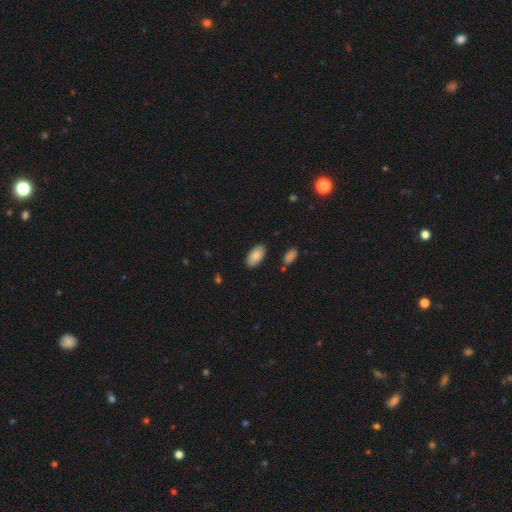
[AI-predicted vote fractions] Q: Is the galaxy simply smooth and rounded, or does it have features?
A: smooth — 86%.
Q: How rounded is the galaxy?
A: in between — 95%.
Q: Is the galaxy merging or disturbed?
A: none — 86%.